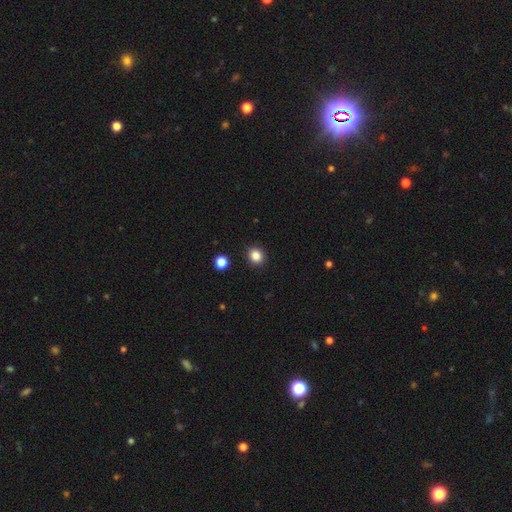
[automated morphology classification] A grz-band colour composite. It shows a smooth galaxy with no disk features (85%) that is round (77%). Merging: none (91%).